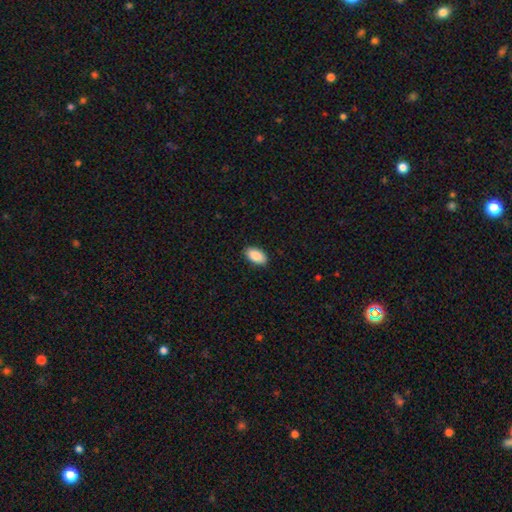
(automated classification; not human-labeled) A smooth galaxy with no disk features (89%) that is in between round and cigar-shaped (95%).

Vote fractions:
- Smooth or featured? smooth: 89% / star or artifact: 7% / featured or disk: 5%
- How rounded? in between: 95% / round: 3% / cigar-shaped: 2%
- Merging? none: 90% / minor disturbance: 8% / major disturbance: 2% / merger: 1%